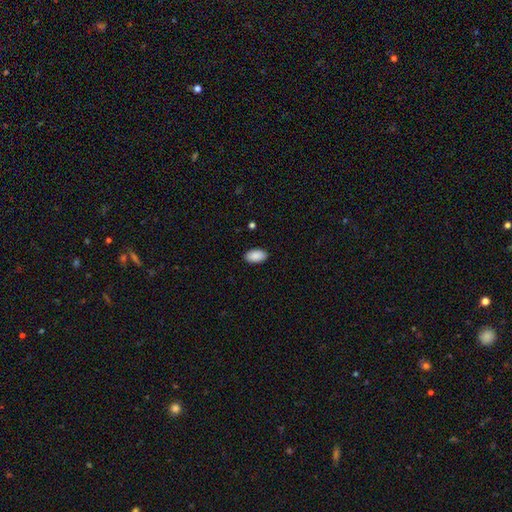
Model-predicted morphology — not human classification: smooth 90%, star or artifact 6%, featured or disk 3%. Down the decision tree: how rounded — in between (95%); merging — none (89%).